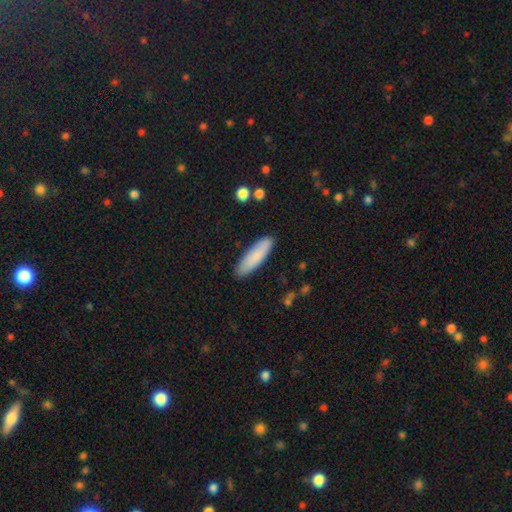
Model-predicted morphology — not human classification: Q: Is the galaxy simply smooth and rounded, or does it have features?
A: smooth — 84%.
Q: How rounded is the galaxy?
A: cigar-shaped — 65%.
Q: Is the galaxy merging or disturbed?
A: none — 89%.